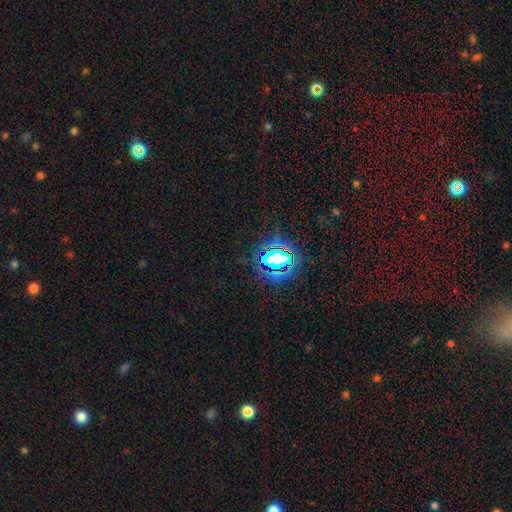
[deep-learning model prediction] Smooth or featured? Predicted: star or artifact (p=0.79).